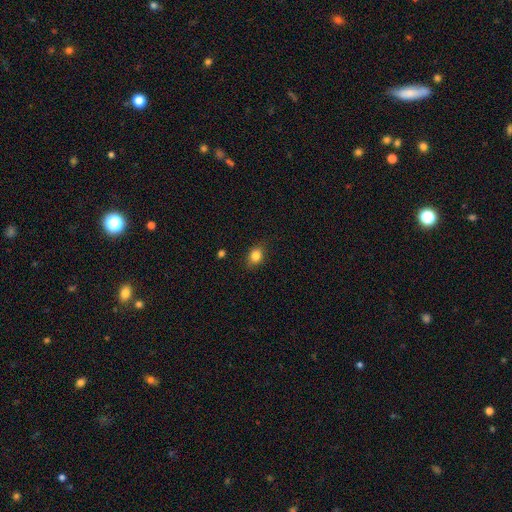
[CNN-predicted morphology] Smooth or featured? smooth (83%)
How rounded? in between (52%)
Merging? none (83%)